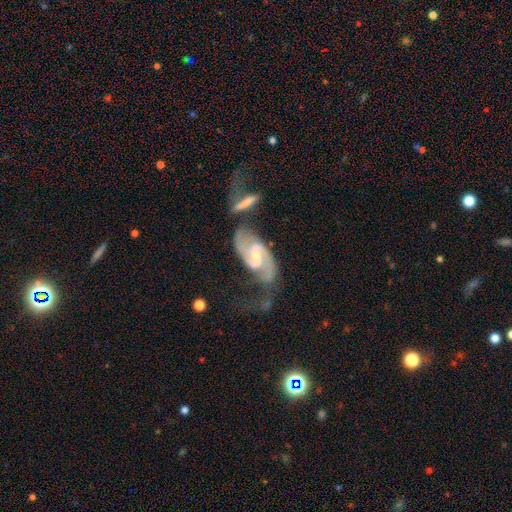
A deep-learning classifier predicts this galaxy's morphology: Smooth or featured? featured or disk (89%)
Edge-on disk? no (96%)
Bar? weak (54%)
Spiral arms? yes (97%)
Spiral winding? medium (51%)
Spiral arm count? 2 (90%)
Bulge size? small (55%)
Merging? none (39%)